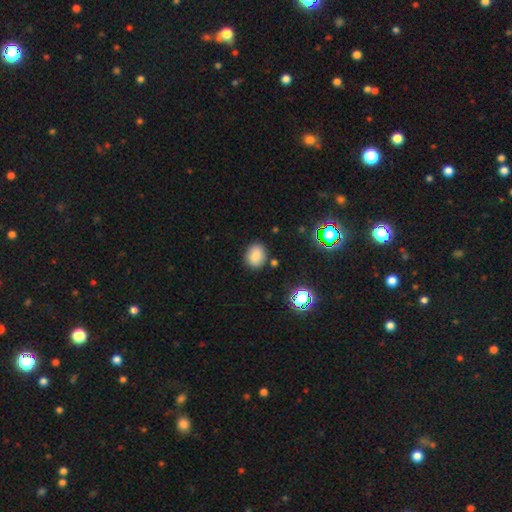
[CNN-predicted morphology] Smooth or featured? smooth (80%)
How rounded? round (54%)
Merging? none (84%)